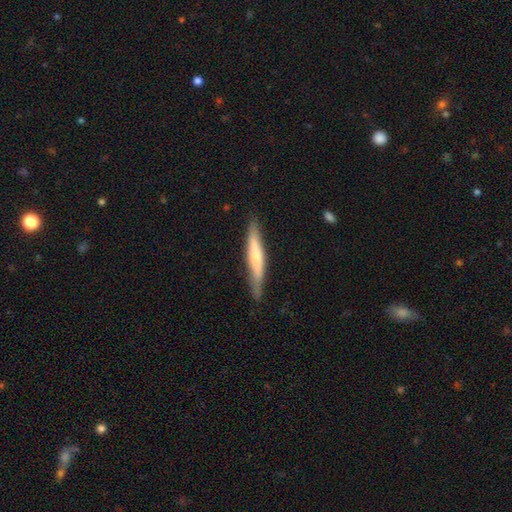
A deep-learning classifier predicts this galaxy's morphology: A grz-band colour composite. It shows a featured or disk galaxy (49%). Merging: none (84%).